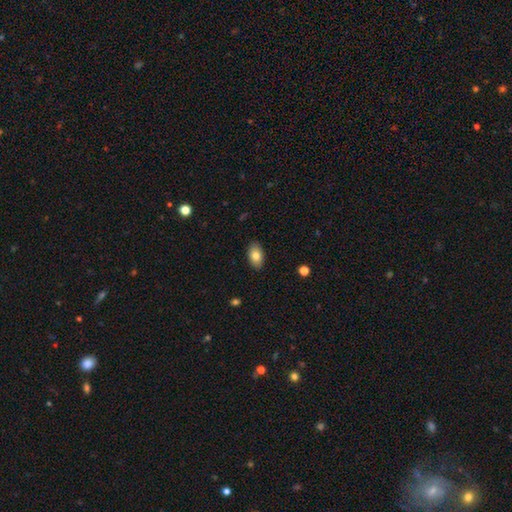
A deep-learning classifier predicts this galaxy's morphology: Smooth or featured? Predicted: smooth (p=0.80). How rounded? Predicted: in between (p=0.92). Merging? Predicted: none (p=0.88).